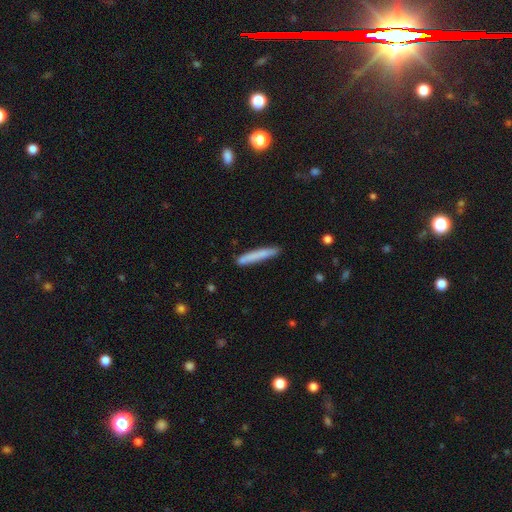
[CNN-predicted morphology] smooth-or-featured: smooth: 76% | featured or disk: 18% | star or artifact: 6%
  how-rounded: cigar-shaped: 96% | in between: 3% | round: 1%
  merging: none: 86% | minor disturbance: 11% | major disturbance: 2% | merger: 2%